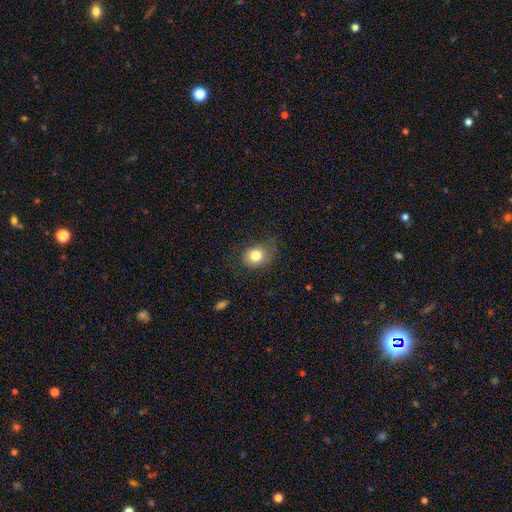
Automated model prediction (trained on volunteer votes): A smooth galaxy with no disk features (81%) that is round (58%). Merging: none (68%).